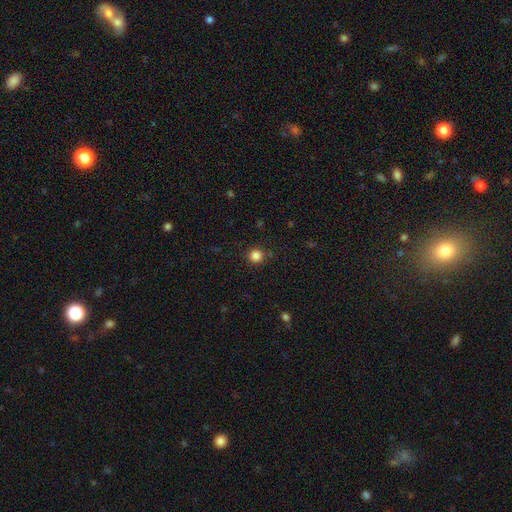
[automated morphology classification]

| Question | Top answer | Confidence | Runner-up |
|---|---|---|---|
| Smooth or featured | smooth | 84% | star or artifact (13%) |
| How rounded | round | 94% | in between (5%) |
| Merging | none | 89% | minor disturbance (7%) |